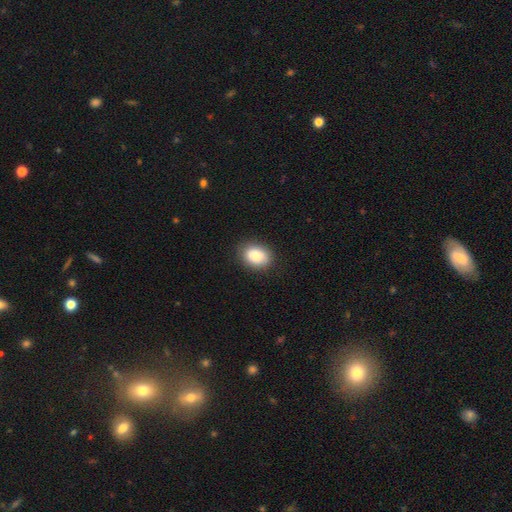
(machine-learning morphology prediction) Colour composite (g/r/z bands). It shows a smooth galaxy with no disk features (86%) that is in between round and cigar-shaped (71%). Merging: none (86%).